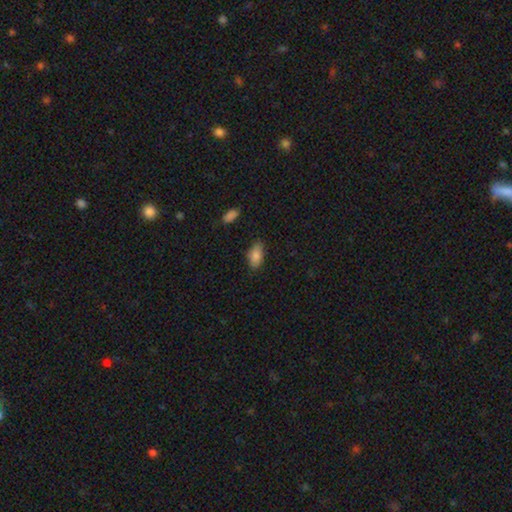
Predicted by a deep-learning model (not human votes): smooth 84%, featured or disk 8%, star or artifact 8%. Down the decision tree: how rounded — in between (91%); merging — none (80%).